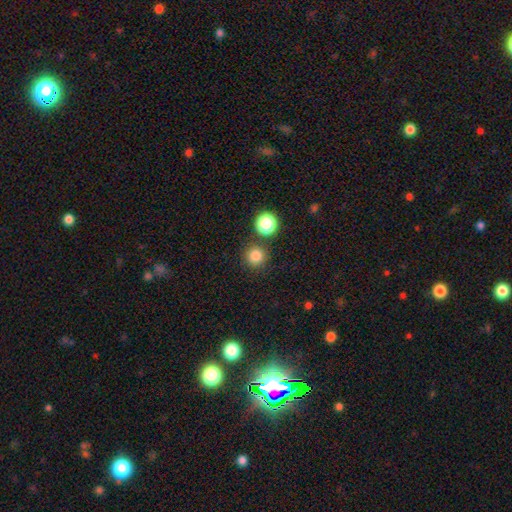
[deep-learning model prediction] smooth 81%, star or artifact 14%, featured or disk 5%. Down the decision tree: how rounded — round (94%); merging — none (83%).